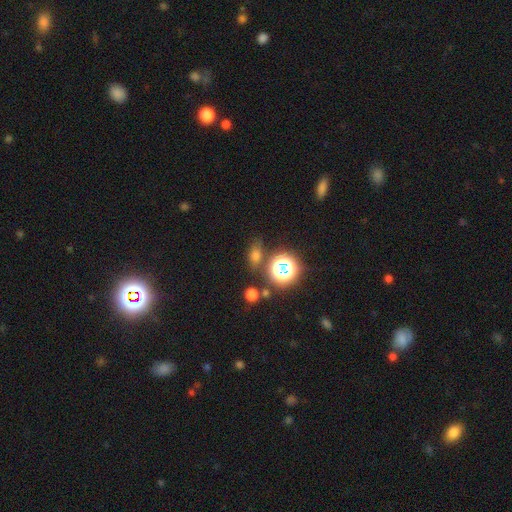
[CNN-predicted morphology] A smooth galaxy with no disk features (60%) that is in between round and cigar-shaped (62%). Merging: none (72%).